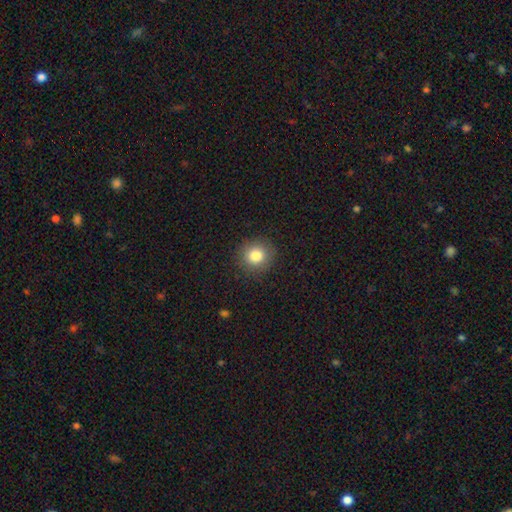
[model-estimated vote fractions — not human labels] smooth 82%, star or artifact 11%, featured or disk 7%. Down the decision tree: how rounded — round (90%); merging — none (90%).